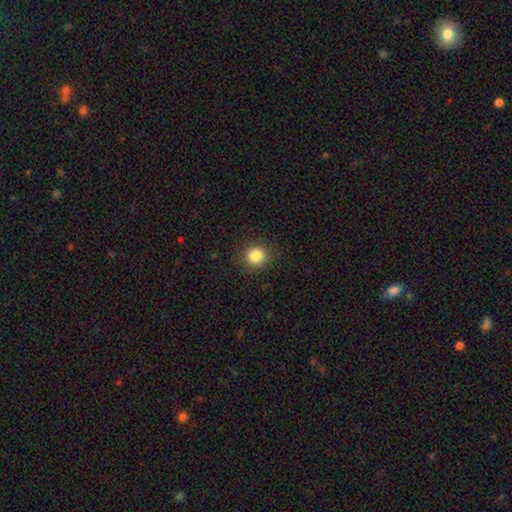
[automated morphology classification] Overall: smooth (84%). How rounded: round (88%). Merging: none (90%).